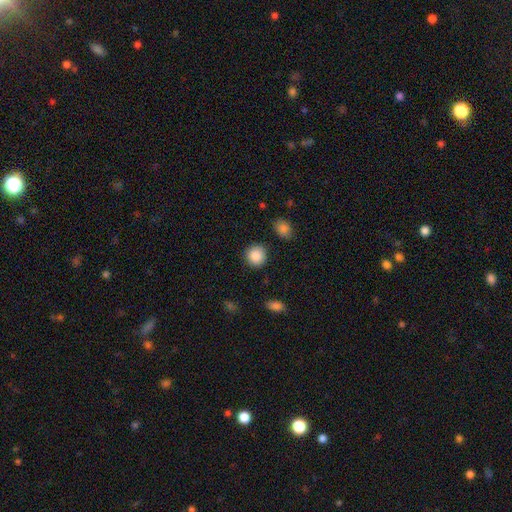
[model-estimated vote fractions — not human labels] smooth-or-featured: smooth: 88% | star or artifact: 8% | featured or disk: 4%
  how-rounded: round: 91% | in between: 8% | cigar-shaped: 1%
  merging: none: 88% | minor disturbance: 8% | major disturbance: 2% | merger: 2%